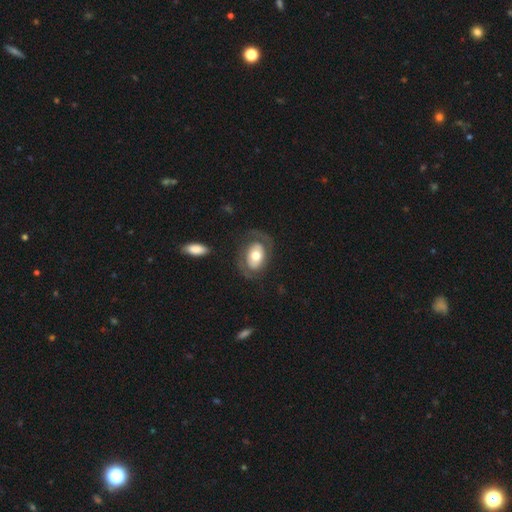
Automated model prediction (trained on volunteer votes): Morphology: type=featured or disk (54%); edge-on=no (94%); bar=no (74%); spiral arms=yes (53%); bulge=moderate (59%); merging=none (64%).